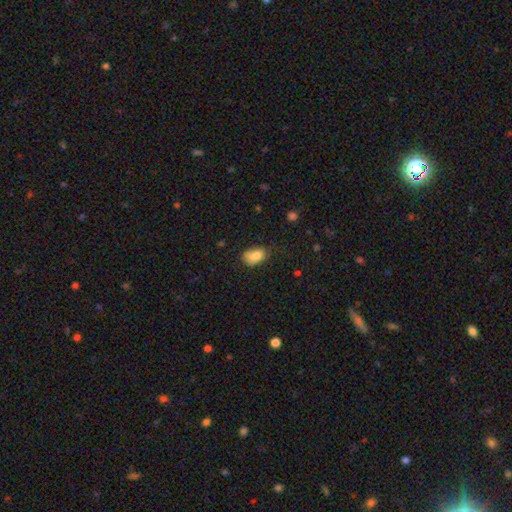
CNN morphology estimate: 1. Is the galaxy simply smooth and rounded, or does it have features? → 79% smooth, 12% featured or disk, 9% star or artifact.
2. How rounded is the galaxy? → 85% in between, 14% round, 2% cigar-shaped.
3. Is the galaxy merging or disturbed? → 51% none, 34% minor disturbance, 11% major disturbance, 4% merger.